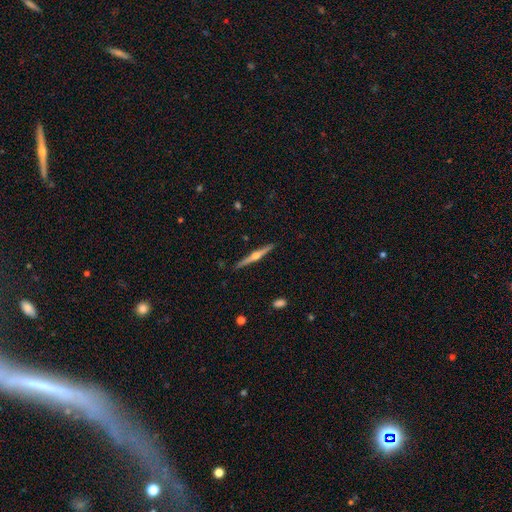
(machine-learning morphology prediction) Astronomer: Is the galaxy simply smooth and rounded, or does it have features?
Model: featured or disk — 77%.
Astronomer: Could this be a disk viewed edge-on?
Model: yes — 98%.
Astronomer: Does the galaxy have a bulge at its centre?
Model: rounded — 92%.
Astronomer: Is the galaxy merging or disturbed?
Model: none — 91%.